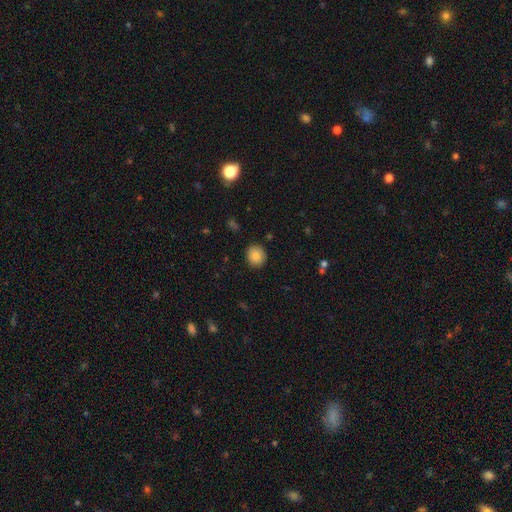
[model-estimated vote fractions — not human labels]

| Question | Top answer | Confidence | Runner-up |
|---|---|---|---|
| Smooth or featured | smooth | 85% | star or artifact (9%) |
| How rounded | round | 81% | in between (18%) |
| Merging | none | 88% | minor disturbance (8%) |